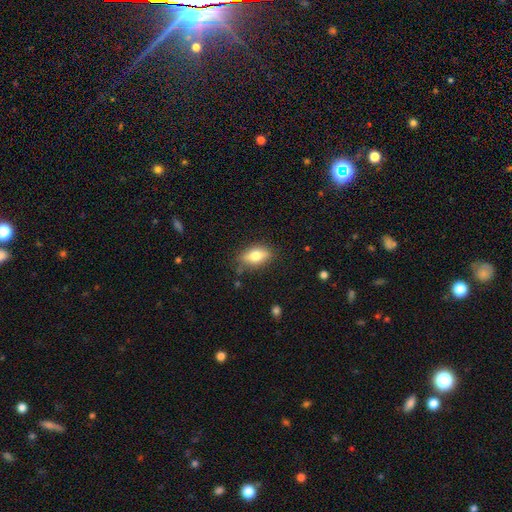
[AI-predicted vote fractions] Smooth or featured?
  - smooth: 62% *
  - featured or disk: 30%
  - star or artifact: 8%
How rounded?
  - in between: 80% *
  - cigar-shaped: 12%
  - round: 8%
Merging?
  - none: 80% *
  - minor disturbance: 15%
  - major disturbance: 4%
  - merger: 2%